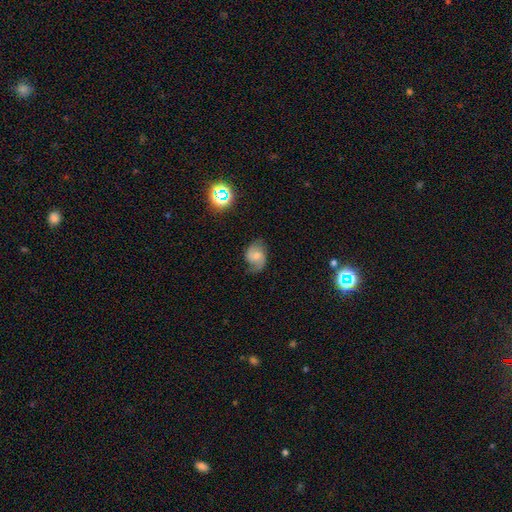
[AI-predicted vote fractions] Smooth or featured: featured or disk — 65% (smooth — 25%)
Edge-on disk: no — 97% (yes — 3%)
Bar: weak — 45% (no — 44%)
Spiral arms: yes — 93% (no — 7%)
Spiral winding: medium — 46% (loose — 39%)
Spiral arm count: 2 — 88% (can't tell — 6%)
Bulge size: moderate — 41% (small — 38%)
Merging: none — 70% (minor disturbance — 21%)